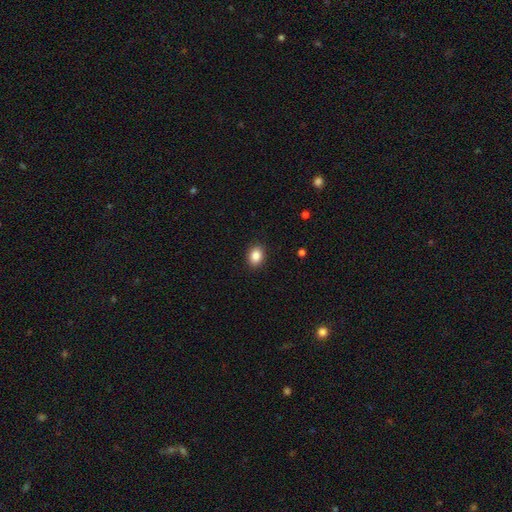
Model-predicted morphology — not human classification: type=smooth (87%); roundness=in between (63%); merging=none (90%).